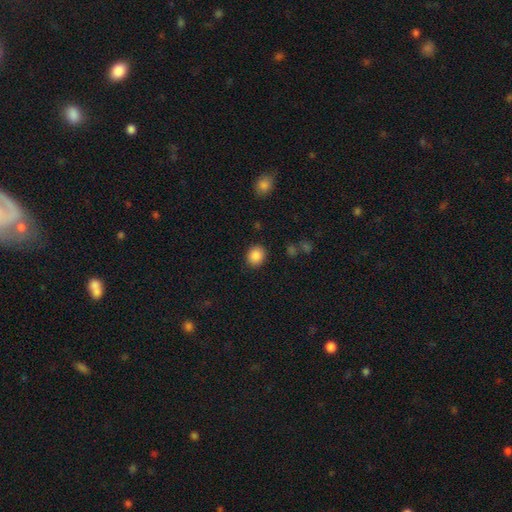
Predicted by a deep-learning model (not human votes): Smooth or featured? smooth (88%)
How rounded? round (67%)
Merging? none (89%)